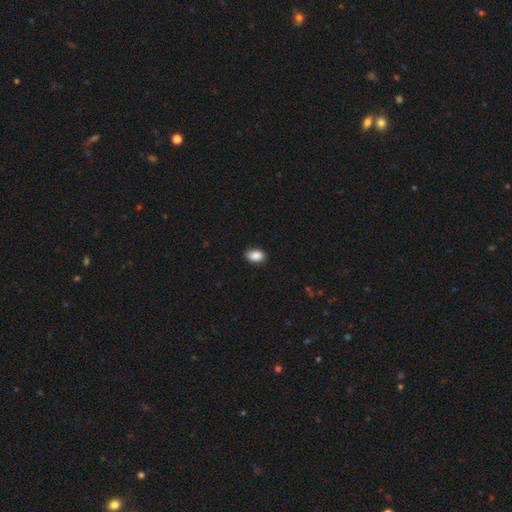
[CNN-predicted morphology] type=smooth (89%); roundness=in between (85%); merging=none (87%).